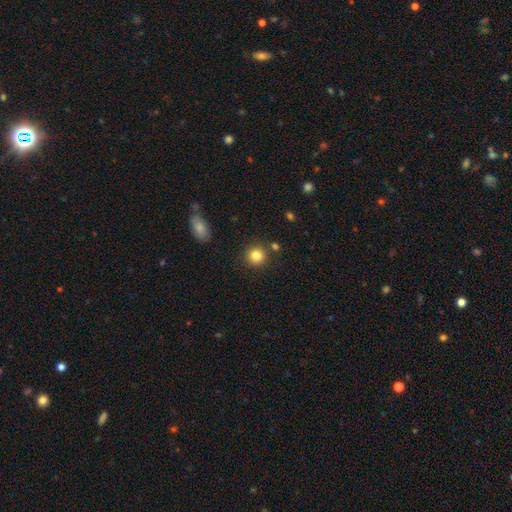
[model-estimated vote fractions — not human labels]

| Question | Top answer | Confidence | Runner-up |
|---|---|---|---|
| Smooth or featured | smooth | 84% | star or artifact (11%) |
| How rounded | round | 91% | in between (8%) |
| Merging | none | 85% | minor disturbance (7%) |